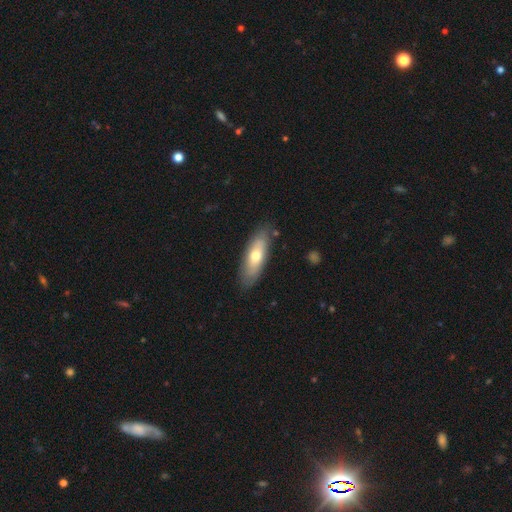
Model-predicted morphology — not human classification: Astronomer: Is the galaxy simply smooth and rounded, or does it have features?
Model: smooth — 58% (runner-up: featured or disk, 36%).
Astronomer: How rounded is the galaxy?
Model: in between — 65%.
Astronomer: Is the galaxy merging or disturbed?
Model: none — 81%.